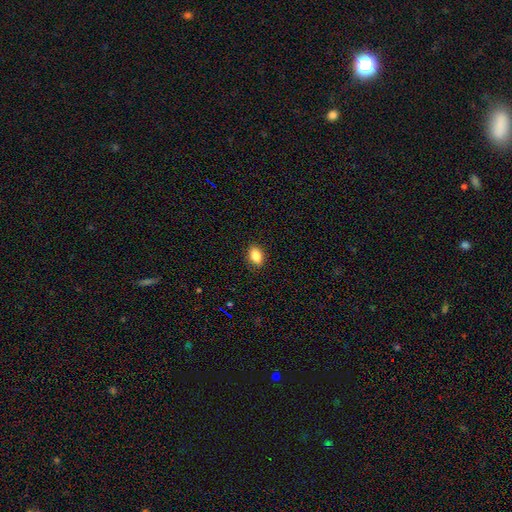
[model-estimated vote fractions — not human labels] smooth 87%, star or artifact 9%, featured or disk 5%. Down the decision tree: how rounded — in between (81%); merging — none (88%).